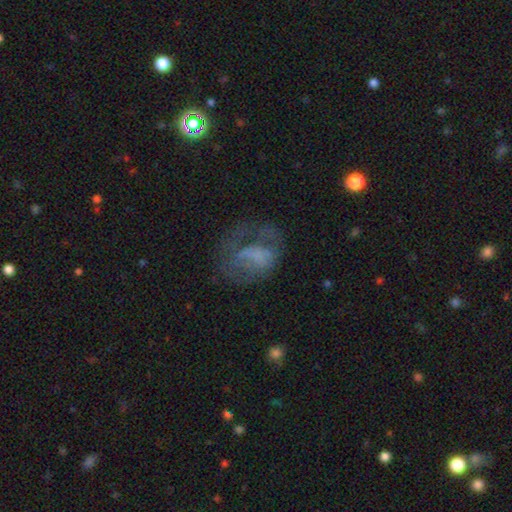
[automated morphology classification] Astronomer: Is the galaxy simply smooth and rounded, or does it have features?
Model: featured or disk — 49% (runner-up: smooth, 36%).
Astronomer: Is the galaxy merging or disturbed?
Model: major disturbance — 44% (runner-up: none, 34%).